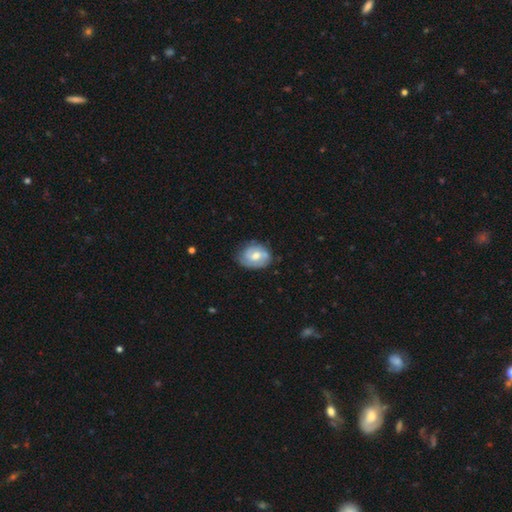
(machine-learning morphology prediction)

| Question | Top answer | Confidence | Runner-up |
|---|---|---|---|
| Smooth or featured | featured or disk | 53% | smooth (40%) |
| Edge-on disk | no | 96% | yes (4%) |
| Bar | no | 50% | weak (42%) |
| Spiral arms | yes | 74% | no (26%) |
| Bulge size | moderate | 66% | small (22%) |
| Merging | none | 67% | minor disturbance (24%) |